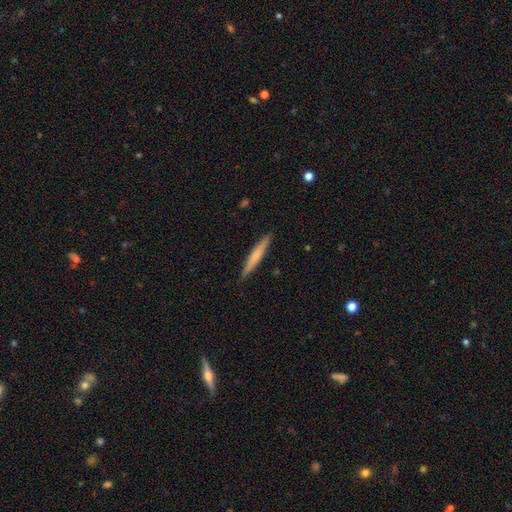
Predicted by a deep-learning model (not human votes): Morphology: type=smooth (59%); roundness=cigar-shaped (95%); merging=none (91%).